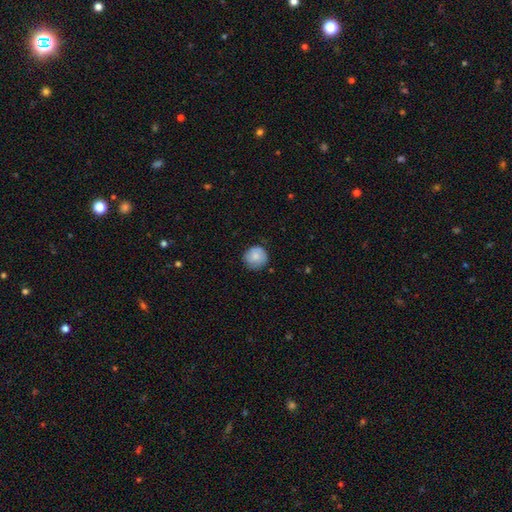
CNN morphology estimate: The model was most divided on "merging": none: 76%, minor disturbance: 19%, major disturbance: 3%, merger: 1%. More confident: how rounded — round (91%); smooth or featured — smooth (79%).